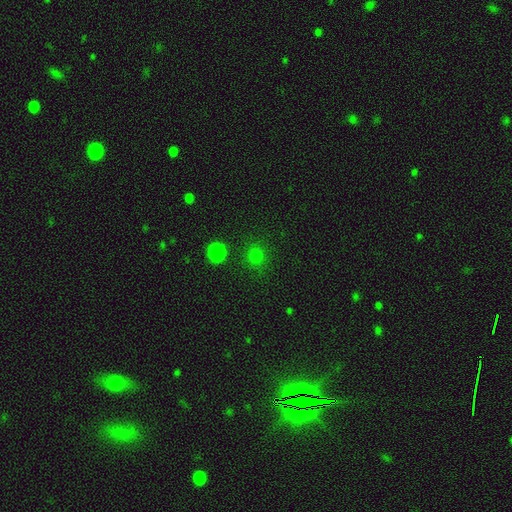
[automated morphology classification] Smooth or featured? Predicted: smooth (p=0.77). How rounded? Predicted: round (p=0.85). Merging? Predicted: none (p=0.84).